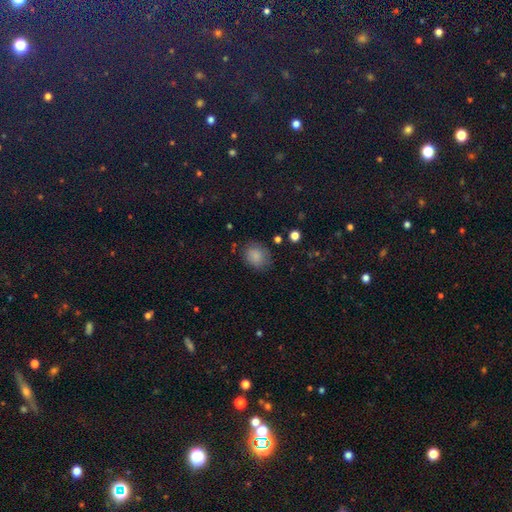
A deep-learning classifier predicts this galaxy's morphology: smooth-or-featured: smooth: 84% | star or artifact: 10% | featured or disk: 6%
  how-rounded: round: 51% | in between: 48% | cigar-shaped: 1%
  merging: none: 74% | minor disturbance: 18% | major disturbance: 6% | merger: 2%